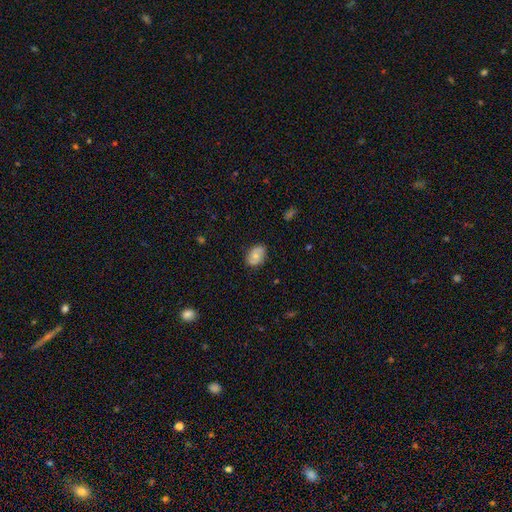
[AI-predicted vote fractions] Smooth or featured? smooth (54%)
How rounded? in between (76%)
Merging? none (78%)